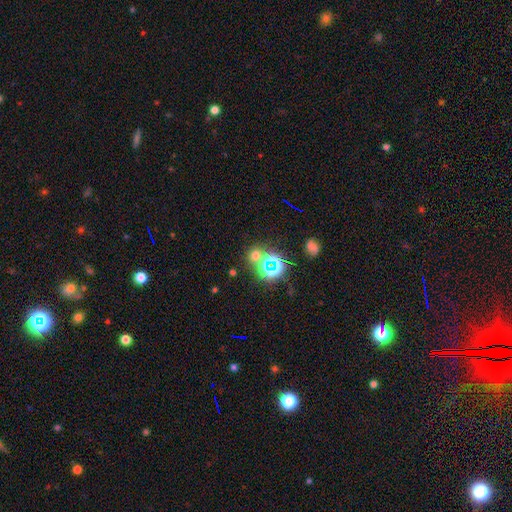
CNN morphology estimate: A star or artifact, not a galaxy (46%, tied with smooth).